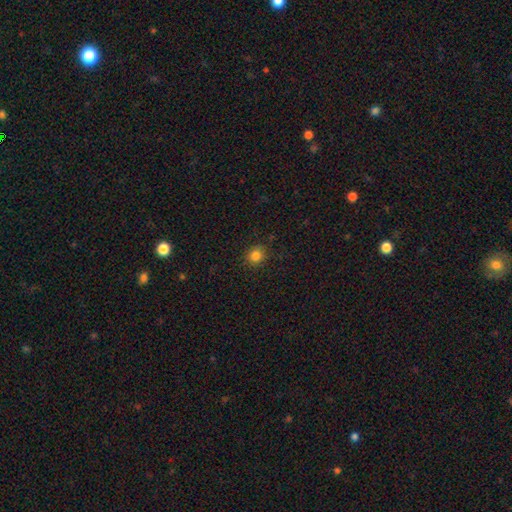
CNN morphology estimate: A smooth galaxy with no disk features (83%) that is round (81%). Merging: none (87%).